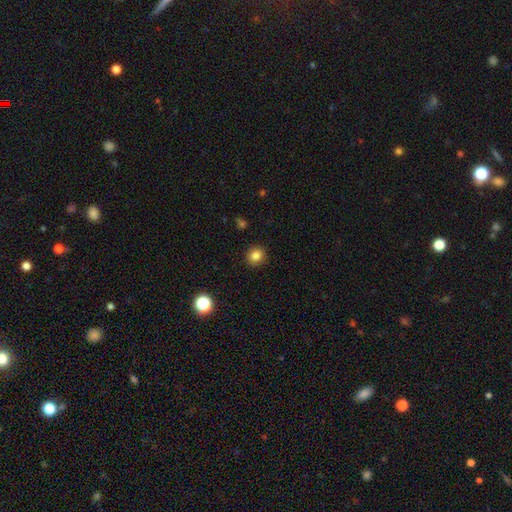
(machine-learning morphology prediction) The model was most divided on "how rounded": round: 83%, in between: 16%, cigar-shaped: 1%. More confident: merging — none (91%); smooth or featured — smooth (83%).